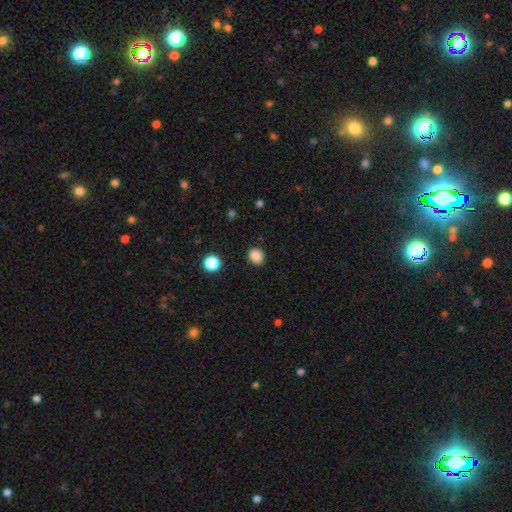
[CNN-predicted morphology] type=smooth (86%); roundness=round (67%); merging=none (86%).